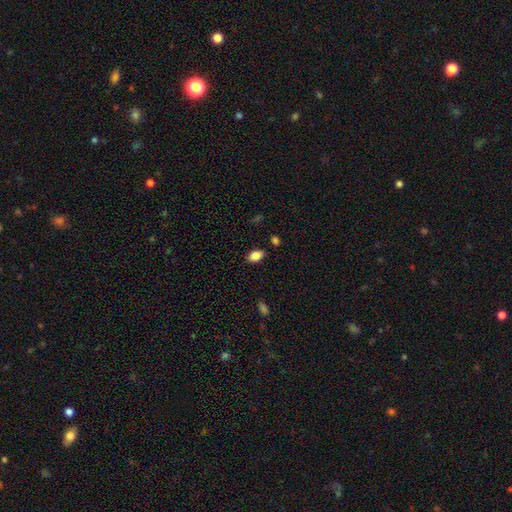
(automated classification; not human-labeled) Smooth or featured? Predicted: smooth (p=0.86). How rounded? Predicted: in between (p=0.91). Merging? Predicted: none (p=0.85).